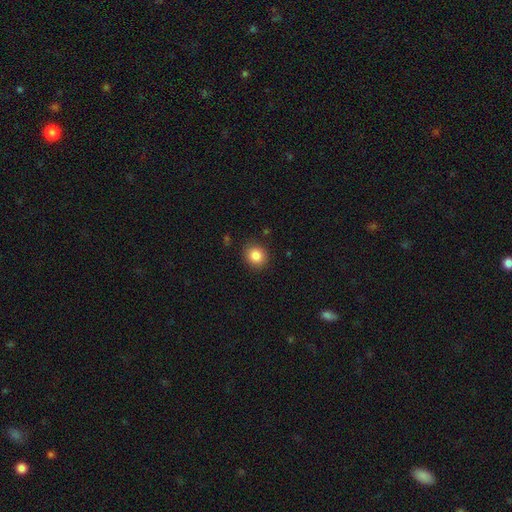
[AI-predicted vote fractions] Overall: smooth (85%). How rounded: round (82%). Merging: none (89%).